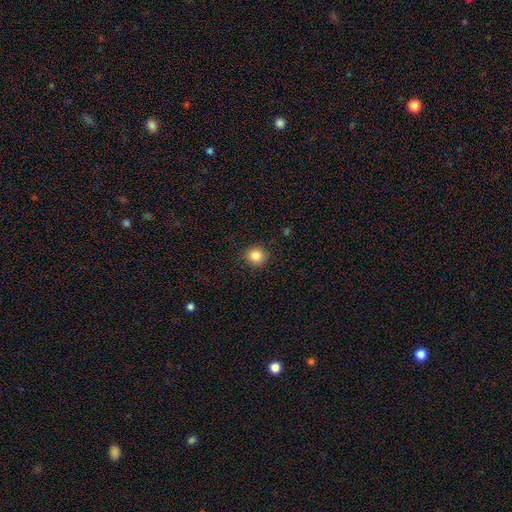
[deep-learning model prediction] Morphology: type=smooth (85%); roundness=round (90%); merging=none (88%).